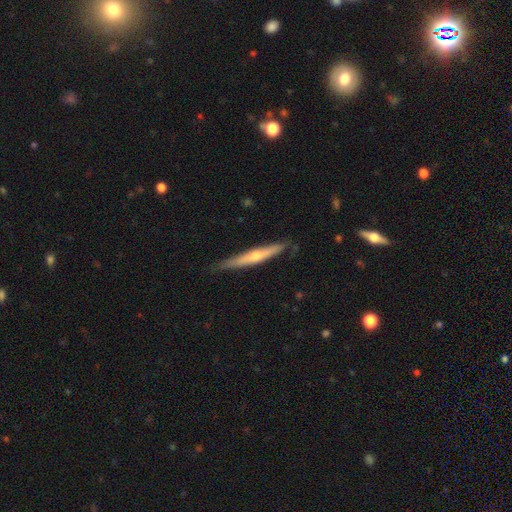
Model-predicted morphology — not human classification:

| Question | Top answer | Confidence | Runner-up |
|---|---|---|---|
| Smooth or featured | featured or disk | 65% | smooth (28%) |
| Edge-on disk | yes | 94% | no (6%) |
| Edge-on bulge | rounded | 73% | none (22%) |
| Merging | none | 84% | minor disturbance (13%) |